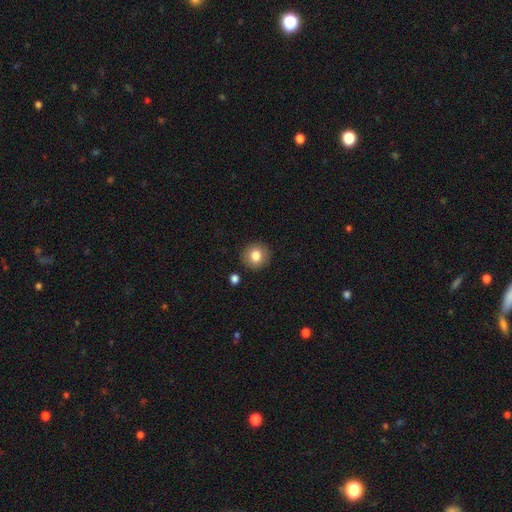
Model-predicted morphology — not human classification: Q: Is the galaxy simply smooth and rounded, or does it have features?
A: smooth — 82%.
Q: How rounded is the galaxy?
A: round — 90%.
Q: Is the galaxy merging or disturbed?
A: none — 89%.